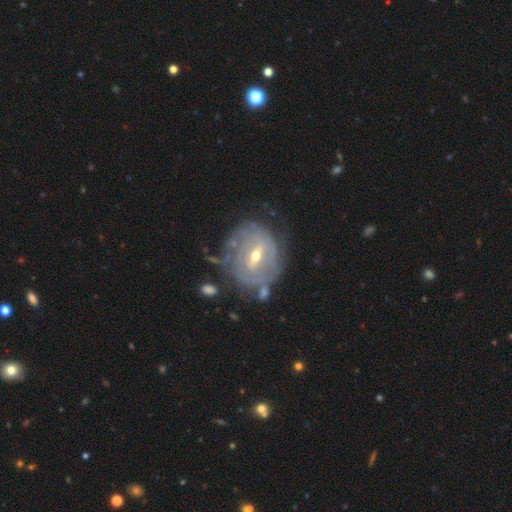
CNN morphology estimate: Overall: featured or disk (82%). Edge-on disk: no (95%). Bar: weak (49%; strong 37%). Spiral arms: yes (78%). Spiral arm count: can't tell (51%; 2 25%). Spiral winding: tight (70%). Bulge size: moderate (53%; small 44%). Merging: none (64%).